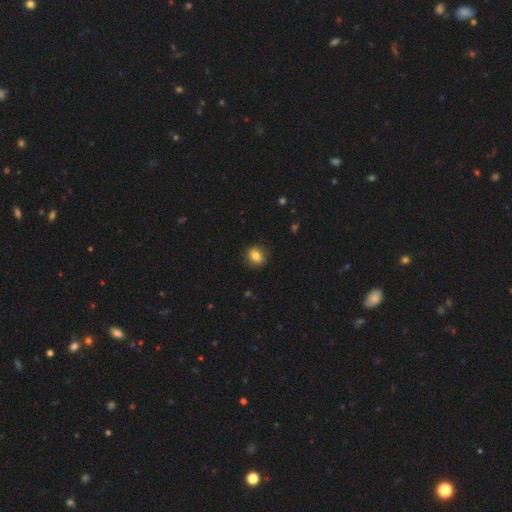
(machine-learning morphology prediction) smooth_or_featured: smooth (p=0.80) [alt: featured or disk p=0.11]
how_rounded: round (p=0.59) [alt: in between p=0.39]
merging: none (p=0.86) [alt: minor disturbance p=0.10]